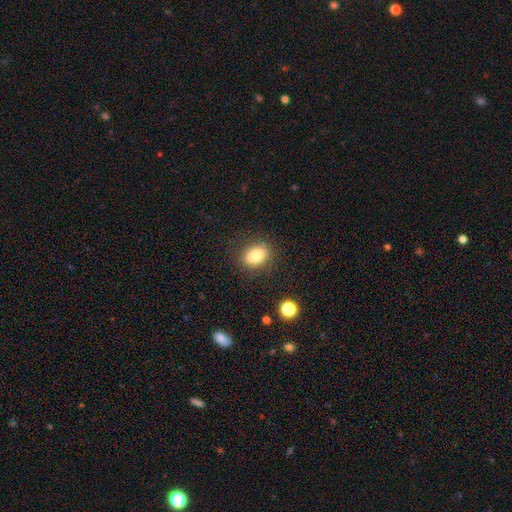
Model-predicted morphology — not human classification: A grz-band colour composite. It shows a smooth galaxy with no disk features (82%) that is in between round and cigar-shaped (74%). Merging: none (85%).